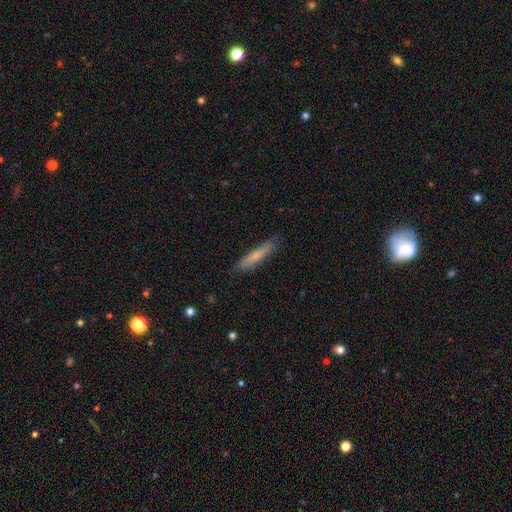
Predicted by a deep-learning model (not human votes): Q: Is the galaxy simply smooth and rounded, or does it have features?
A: smooth — 69%.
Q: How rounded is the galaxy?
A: cigar-shaped — 88%.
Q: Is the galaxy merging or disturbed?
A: none — 83%.